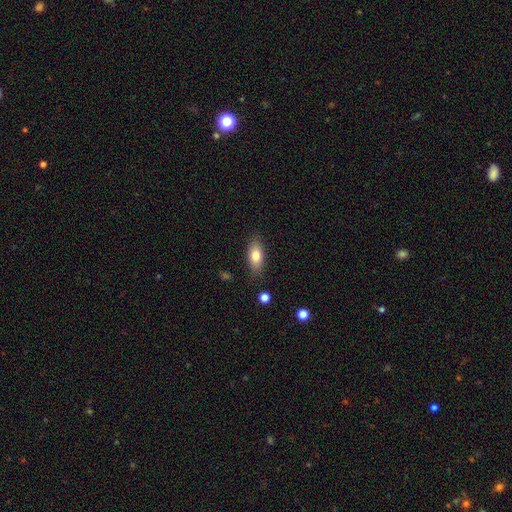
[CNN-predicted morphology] This appears to be a smooth galaxy with no disk features (79%) that is in between round and cigar-shaped (85%). Merging: none (84%).